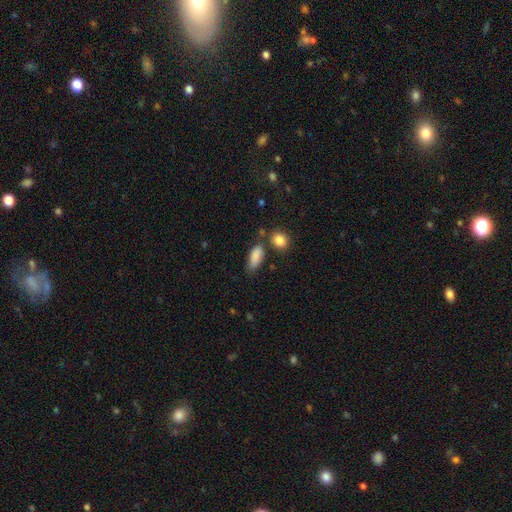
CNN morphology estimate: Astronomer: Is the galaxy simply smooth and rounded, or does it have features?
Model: smooth — 87%.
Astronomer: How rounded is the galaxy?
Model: in between — 82%.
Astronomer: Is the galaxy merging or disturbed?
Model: none — 63%.